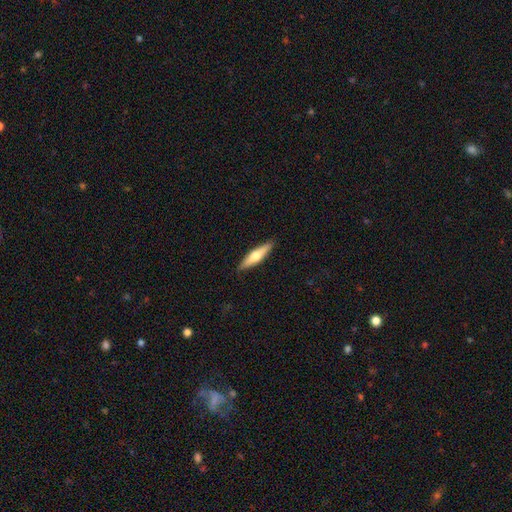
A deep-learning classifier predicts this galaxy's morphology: This appears to be a smooth galaxy with no disk features (50%). Merging: none (90%).